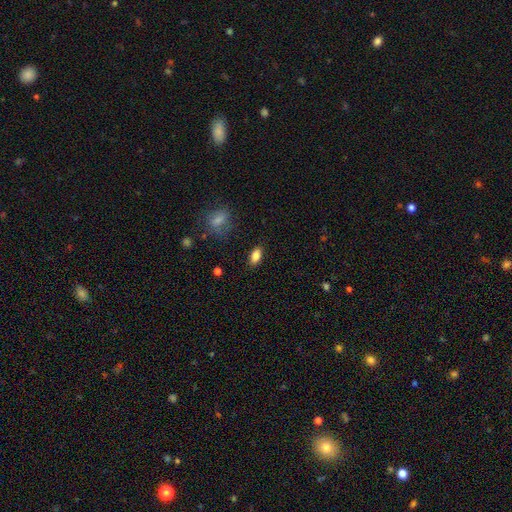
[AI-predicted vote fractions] Smooth or featured: smooth — 85% (star or artifact — 8%)
How rounded: in between — 90% (round — 6%)
Merging: none — 86% (minor disturbance — 10%)